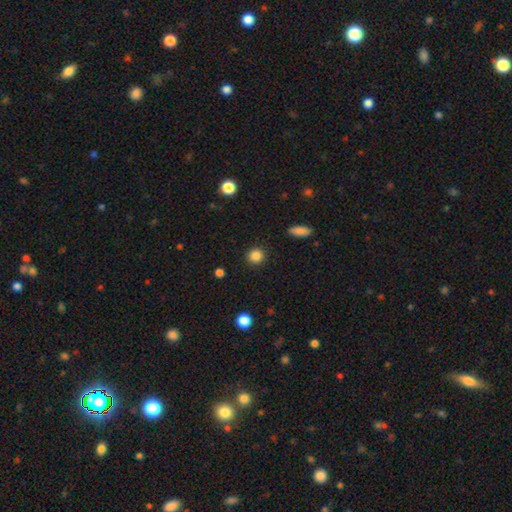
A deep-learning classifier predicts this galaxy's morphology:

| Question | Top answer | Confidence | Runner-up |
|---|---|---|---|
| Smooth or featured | smooth | 86% | star or artifact (11%) |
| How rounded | round | 91% | in between (8%) |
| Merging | none | 91% | minor disturbance (5%) |